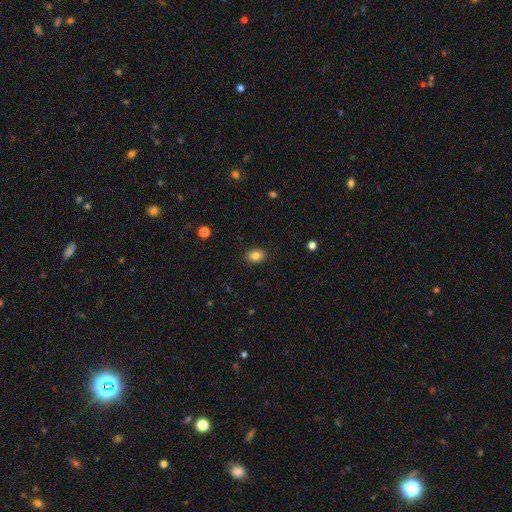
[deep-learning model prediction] Smooth or featured? Predicted: smooth (p=0.85). How rounded? Predicted: in between (p=0.67). Merging? Predicted: none (p=0.89).